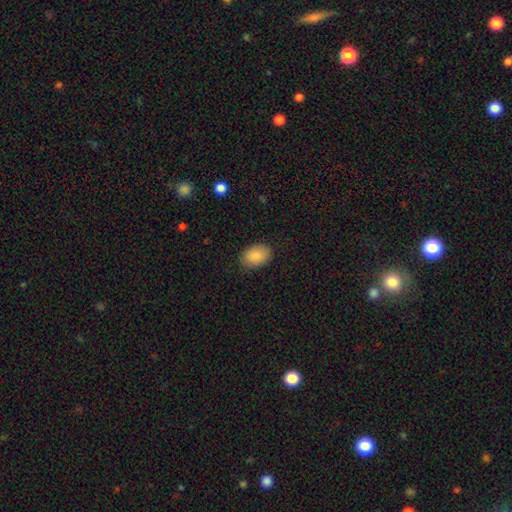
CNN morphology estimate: A smooth galaxy with no disk features (88%) that is in between round and cigar-shaped (87%).

Vote fractions:
- Smooth or featured? smooth: 88% / star or artifact: 7% / featured or disk: 5%
- How rounded? in between: 87% / round: 12% / cigar-shaped: 1%
- Merging? none: 85% / minor disturbance: 12% / major disturbance: 3% / merger: 1%